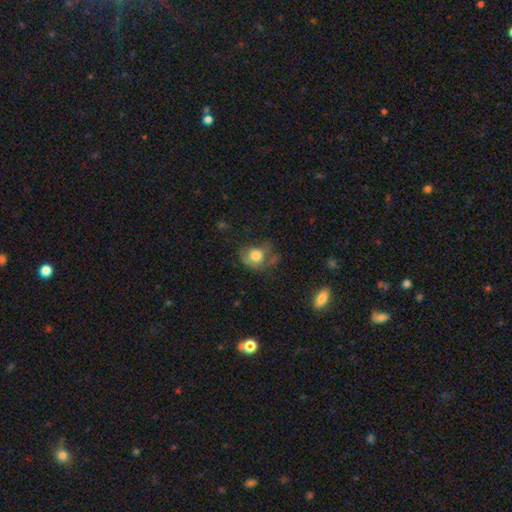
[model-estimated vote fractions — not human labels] smooth 68%, featured or disk 21%, star or artifact 10%. Down the decision tree: how rounded — round (50%); merging — major disturbance (33%, tied with none).